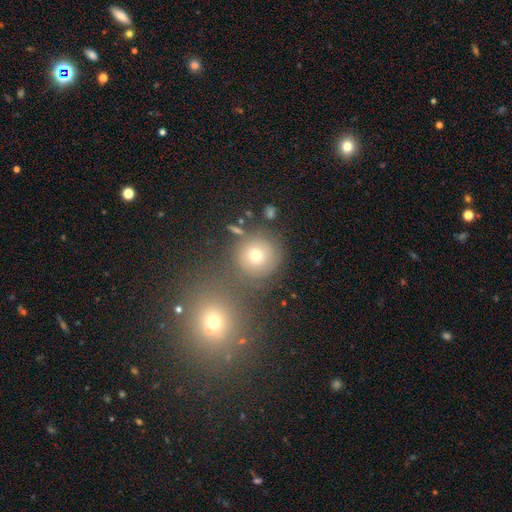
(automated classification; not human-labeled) smooth-or-featured: smooth: 58% | star or artifact: 23% | featured or disk: 19%
  how-rounded: round: 89% | in between: 10% | cigar-shaped: 1%
  merging: none: 75% | merger: 11% | minor disturbance: 10% | major disturbance: 5%